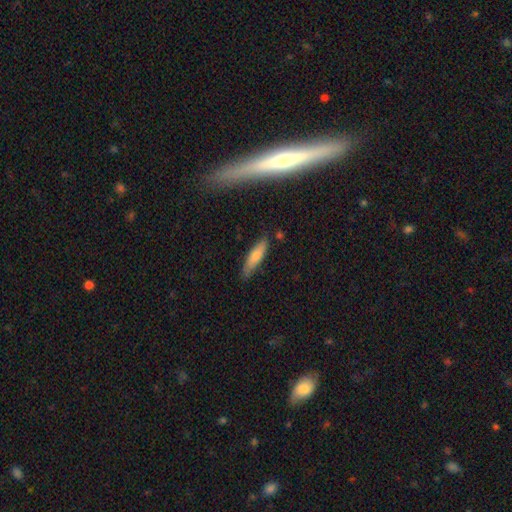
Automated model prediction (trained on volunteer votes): Smooth or featured? Predicted: smooth (p=0.76). How rounded? Predicted: cigar-shaped (p=0.68). Merging? Predicted: none (p=0.78).